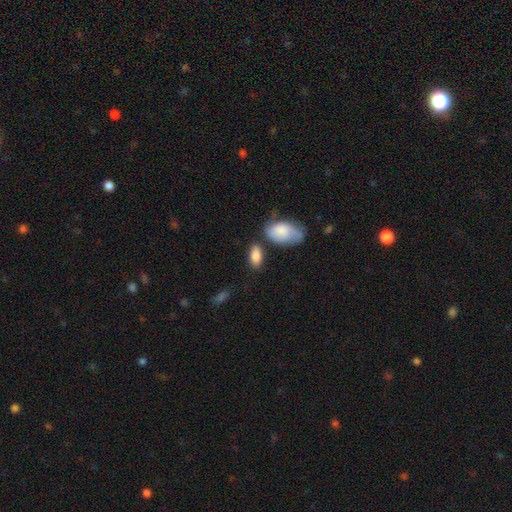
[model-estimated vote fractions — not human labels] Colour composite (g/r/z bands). It shows a smooth galaxy with no disk features (85%) that is in between round and cigar-shaped (91%). Merging: none (65%).